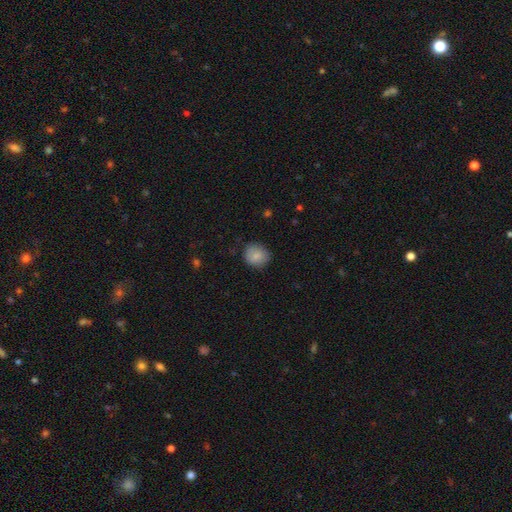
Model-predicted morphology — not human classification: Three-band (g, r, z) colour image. It shows a smooth galaxy with no disk features (86%) that is round (79%). Merging: none (81%).